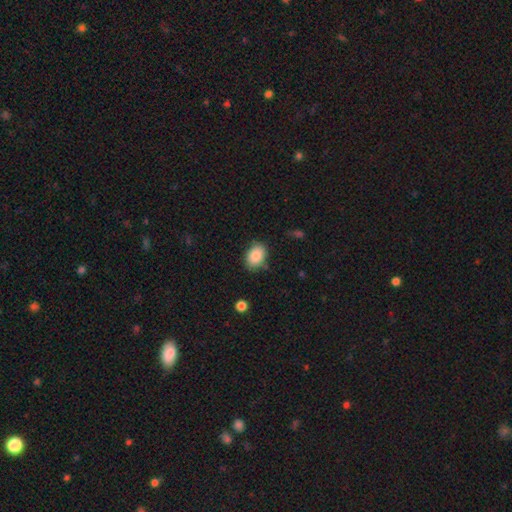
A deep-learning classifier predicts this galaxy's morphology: This appears to be a smooth galaxy with no disk features (88%) that is in between round and cigar-shaped (80%). Merging: none (79%).